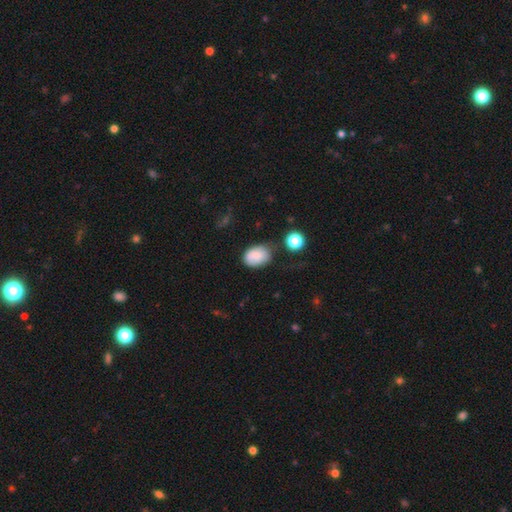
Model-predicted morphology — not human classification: type=smooth (81%); roundness=in between (79%); merging=none (62%).